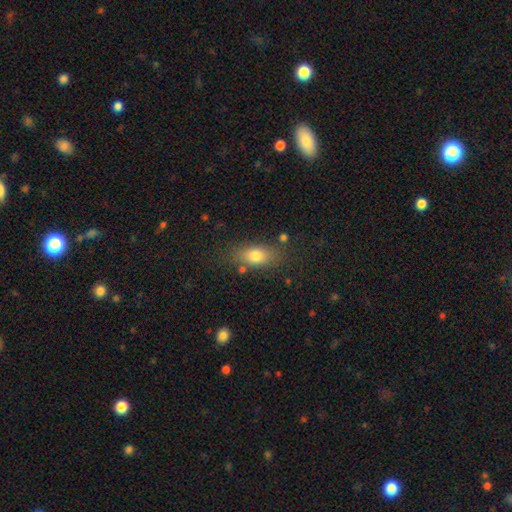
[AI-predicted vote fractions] Smooth or featured?
  - smooth: 77% *
  - featured or disk: 13%
  - star or artifact: 10%
How rounded?
  - in between: 80% *
  - round: 11%
  - cigar-shaped: 9%
Merging?
  - none: 76% *
  - minor disturbance: 15%
  - major disturbance: 5%
  - merger: 4%